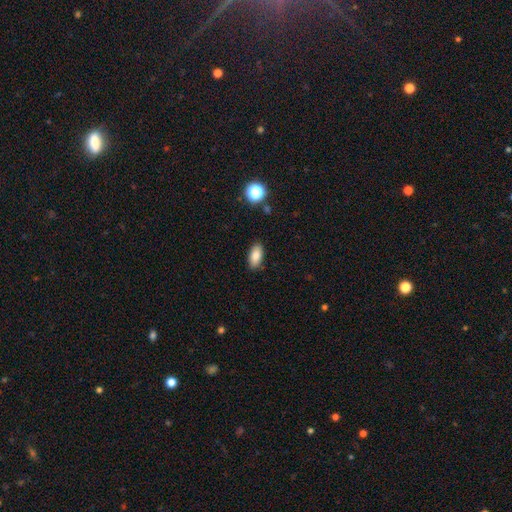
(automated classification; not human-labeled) The model was most divided on "smooth or featured": smooth: 84%, star or artifact: 8%, featured or disk: 8%. More confident: how rounded — in between (90%); merging — none (88%).